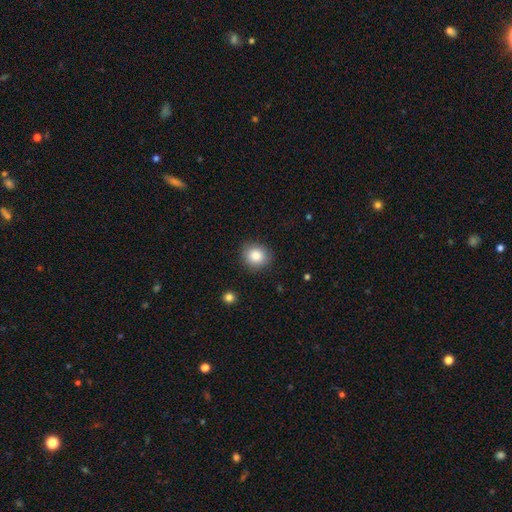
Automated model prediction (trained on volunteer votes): smooth 85%, star or artifact 9%, featured or disk 7%. Down the decision tree: how rounded — round (76%); merging — none (86%).